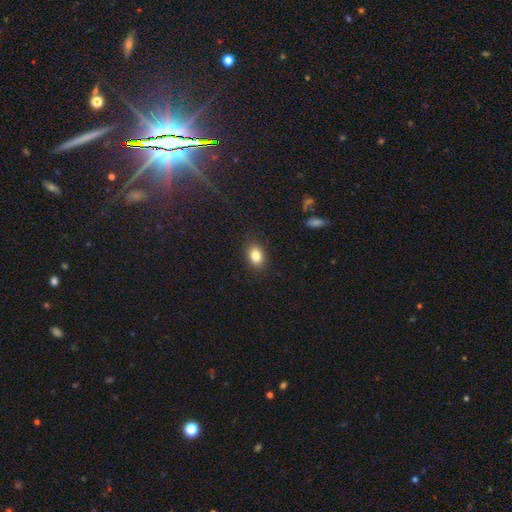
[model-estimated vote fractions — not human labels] Morphology: type=smooth (84%); roundness=in between (70%); merging=none (87%).